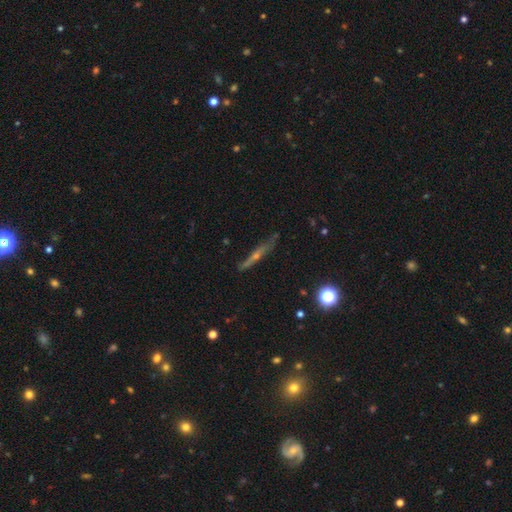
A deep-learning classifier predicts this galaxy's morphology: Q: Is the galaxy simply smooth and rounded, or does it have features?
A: featured or disk — 65%.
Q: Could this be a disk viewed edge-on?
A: yes — 93%.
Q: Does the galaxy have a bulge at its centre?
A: rounded — 71%.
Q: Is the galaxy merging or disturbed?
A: none — 80%.